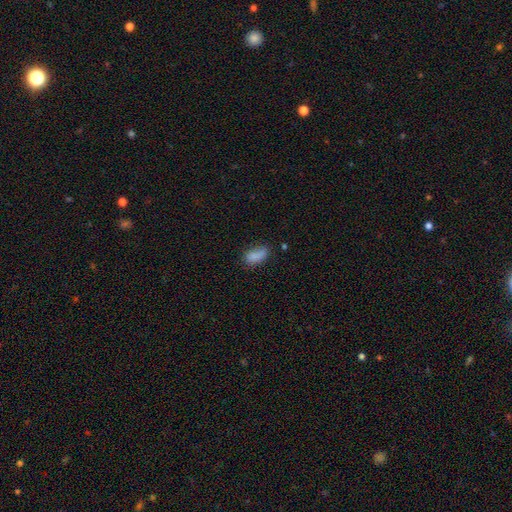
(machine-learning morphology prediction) This is clearly a smooth galaxy (84%). How rounded: clearly in between (90%). Merging: possibly none (56%).